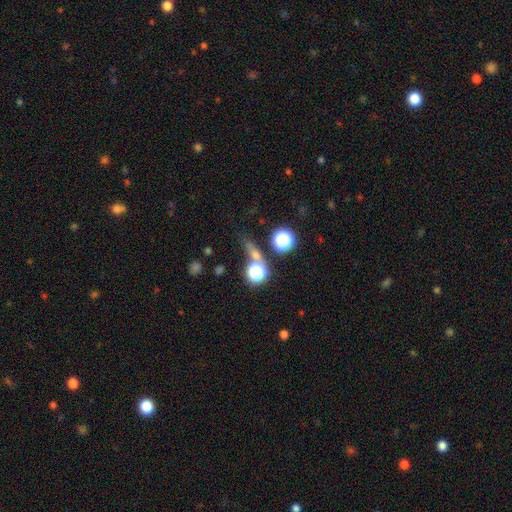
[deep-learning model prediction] Q: Smooth or featured?
A: smooth (46%); runner-up: star or artifact (40%)
Q: Merging?
A: none (57%); runner-up: merger (21%)